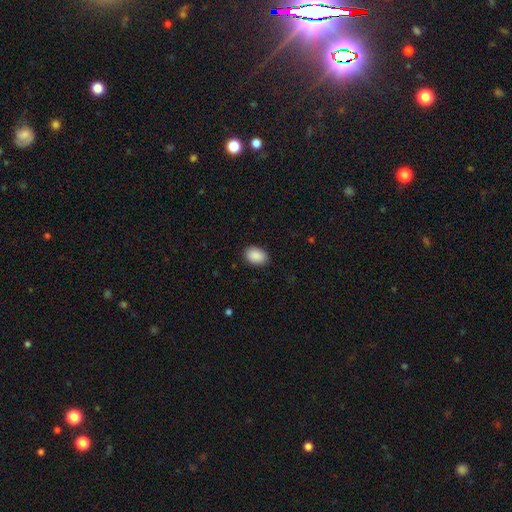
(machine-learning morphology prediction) smooth-or-featured: smooth: 90% | star or artifact: 7% | featured or disk: 3%
  how-rounded: in between: 83% | round: 16% | cigar-shaped: 1%
  merging: none: 88% | minor disturbance: 8% | major disturbance: 2% | merger: 1%